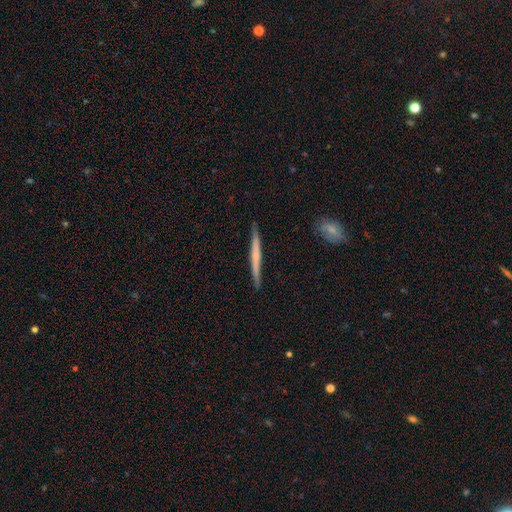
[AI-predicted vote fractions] Q: Smooth or featured?
A: featured or disk (52%); runner-up: smooth (43%)
Q: Edge-on disk?
A: yes (97%); runner-up: no (3%)
Q: Edge-on bulge?
A: none (74%); runner-up: rounded (18%)
Q: Merging?
A: none (89%); runner-up: minor disturbance (8%)